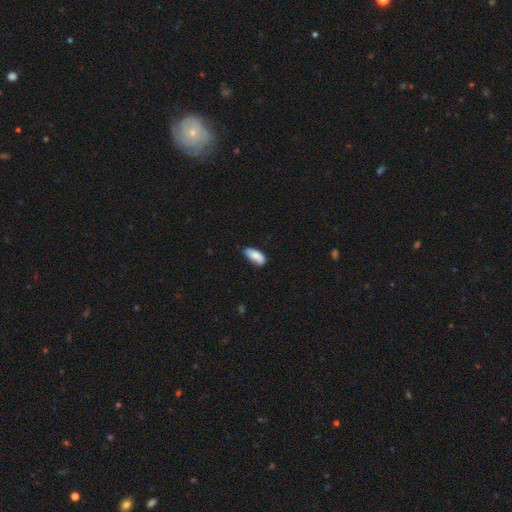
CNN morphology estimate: This appears to be a smooth galaxy with no disk features (80%) that is in between round and cigar-shaped (86%). Merging: none (66%).